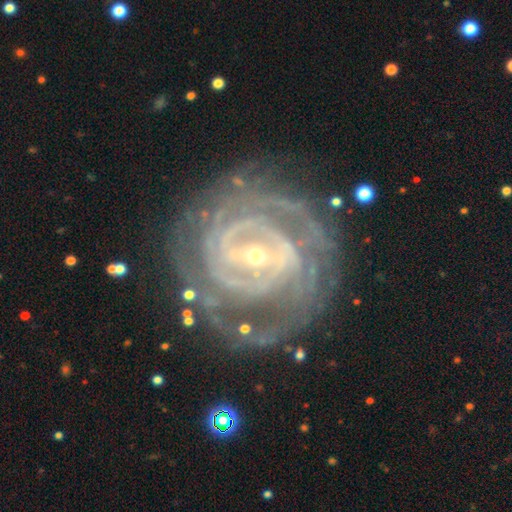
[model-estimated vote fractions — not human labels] Morphology: type=featured or disk (89%); edge-on=no (96%); bar=strong (51%); spiral arms=yes (94%); winding=tight (78%); arm count=can't tell (32%); bulge=small (74%); merging=none (75%).